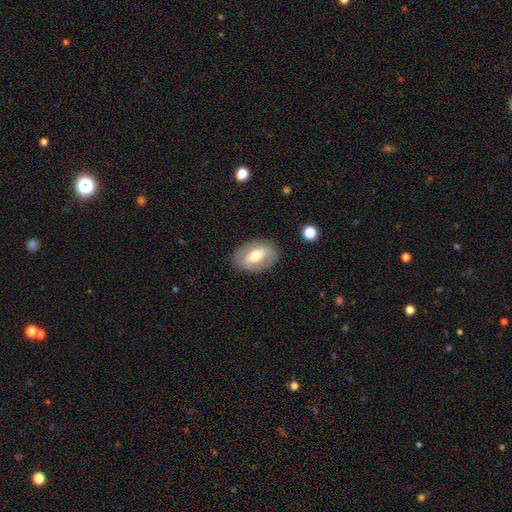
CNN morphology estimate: This appears to be a smooth galaxy with no disk features (52%) that is in between round and cigar-shaped (83%). Merging: none (83%).